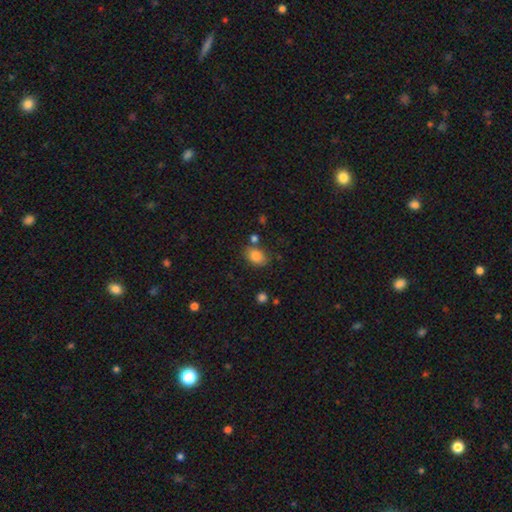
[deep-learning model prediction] Smooth or featured? smooth (84%)
How rounded? in between (81%)
Merging? none (74%)